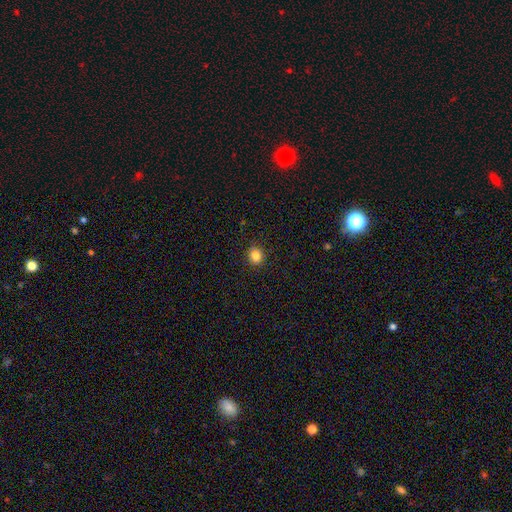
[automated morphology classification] Smooth or featured? smooth (84%)
How rounded? round (79%)
Merging? none (91%)